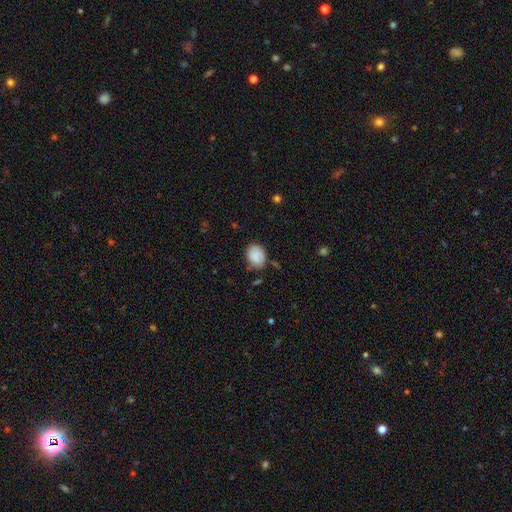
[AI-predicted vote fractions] Q: Smooth or featured?
A: smooth (80%); runner-up: featured or disk (12%)
Q: How rounded?
A: in between (65%); runner-up: round (34%)
Q: Merging?
A: none (69%); runner-up: minor disturbance (23%)